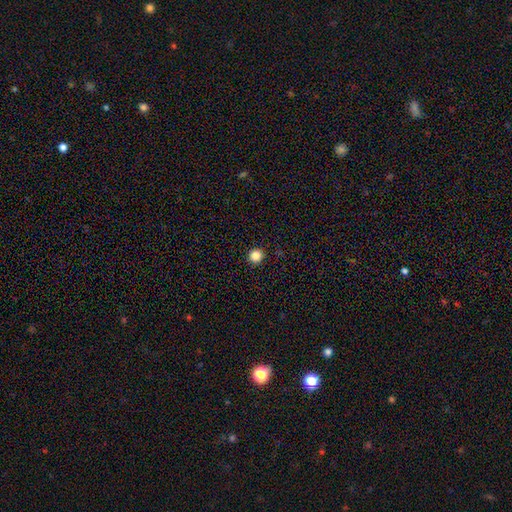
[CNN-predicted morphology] type=smooth (85%); roundness=round (95%); merging=none (93%).